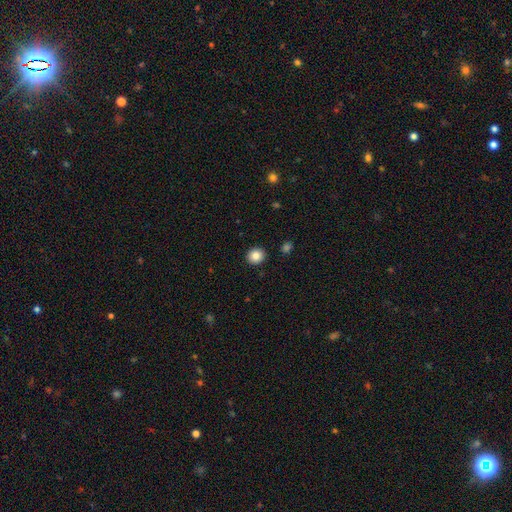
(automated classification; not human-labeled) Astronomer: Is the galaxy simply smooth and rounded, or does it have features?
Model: smooth — 85%.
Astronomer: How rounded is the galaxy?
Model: round — 84%.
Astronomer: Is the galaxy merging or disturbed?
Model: none — 92%.